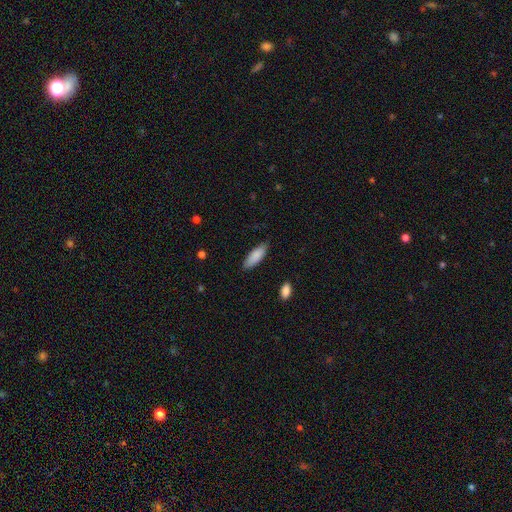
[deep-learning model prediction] Overall: smooth (86%). How rounded: in between (62%; cigar-shaped 36%). Merging: none (83%).